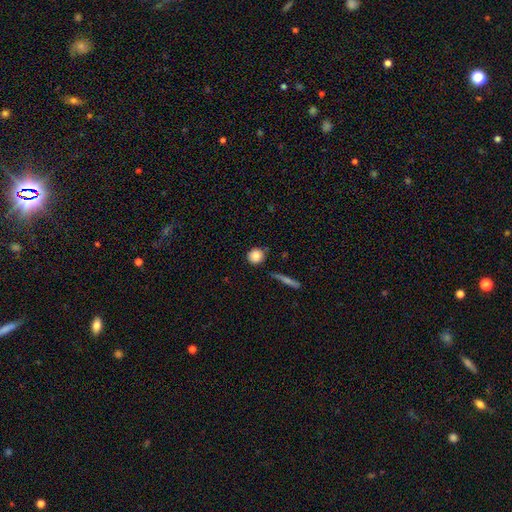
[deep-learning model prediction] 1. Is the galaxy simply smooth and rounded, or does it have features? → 84% smooth, 8% star or artifact, 7% featured or disk.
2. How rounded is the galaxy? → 89% round, 10% in between, 2% cigar-shaped.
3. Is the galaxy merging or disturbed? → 82% none, 12% minor disturbance, 4% merger, 3% major disturbance.